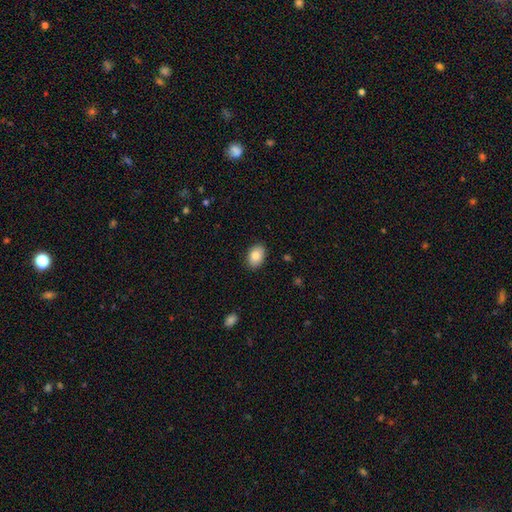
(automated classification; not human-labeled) A smooth galaxy with no disk features (87%) that is in between round and cigar-shaped (86%).

Vote fractions:
- Smooth or featured? smooth: 87% / star or artifact: 7% / featured or disk: 6%
- How rounded? in between: 86% / round: 13% / cigar-shaped: 1%
- Merging? none: 88% / minor disturbance: 9% / major disturbance: 2% / merger: 1%